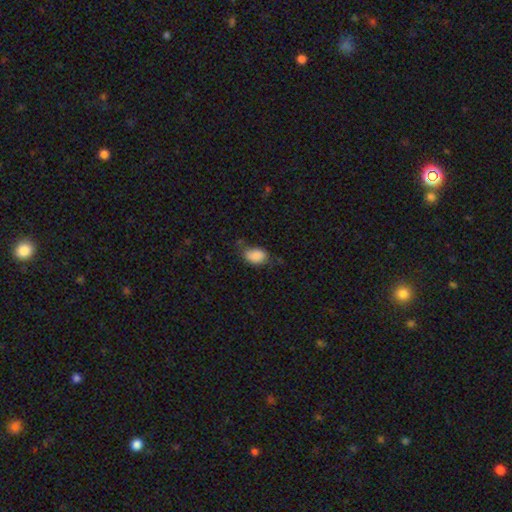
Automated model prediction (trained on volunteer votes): smooth-or-featured: smooth: 87% | star or artifact: 8% | featured or disk: 5%
  how-rounded: in between: 87% | round: 11% | cigar-shaped: 1%
  merging: none: 59% | minor disturbance: 30% | major disturbance: 9% | merger: 3%